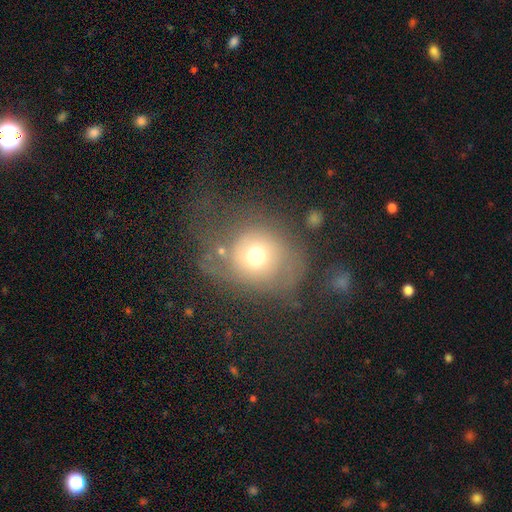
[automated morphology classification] Smooth or featured? Predicted: smooth (p=0.53). How rounded? Predicted: round (p=0.76). Merging? Predicted: major disturbance (p=0.37).